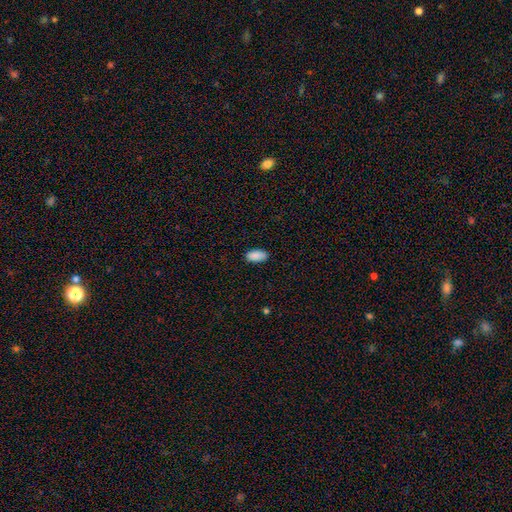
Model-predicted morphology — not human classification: This is clearly a smooth galaxy (89%). How rounded: clearly in between (93%). Merging: clearly none (86%).